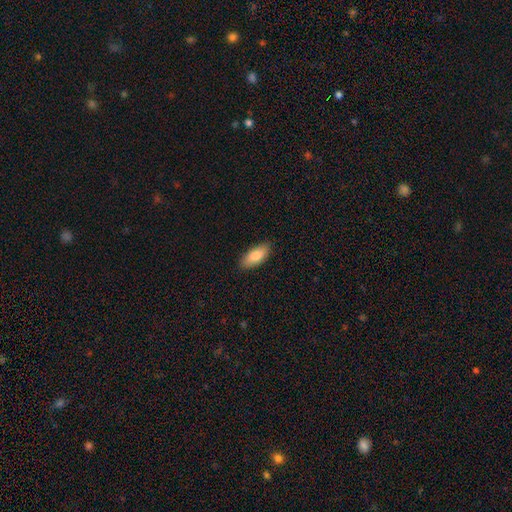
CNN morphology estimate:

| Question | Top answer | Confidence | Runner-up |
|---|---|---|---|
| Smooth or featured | smooth | 81% | featured or disk (13%) |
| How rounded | in between | 84% | cigar-shaped (14%) |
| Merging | none | 87% | minor disturbance (10%) |